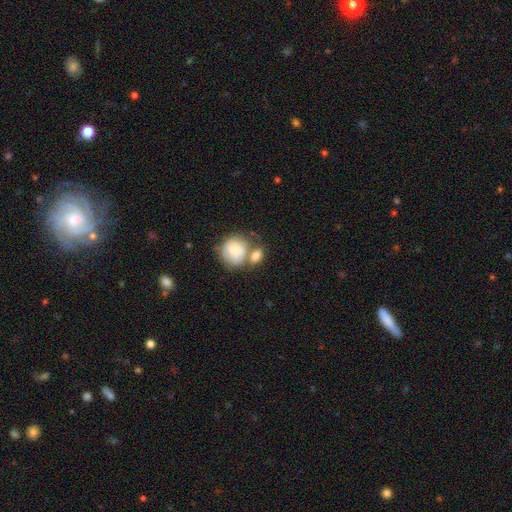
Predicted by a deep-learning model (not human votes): This appears to be a smooth galaxy with no disk features (76%) that is round (56%). Merging: merger (50%).